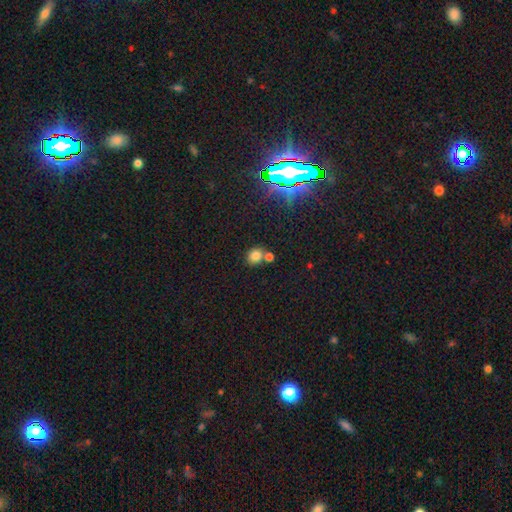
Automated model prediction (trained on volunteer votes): Smooth or featured: smooth — 77% (star or artifact — 16%)
How rounded: round — 70% (in between — 29%)
Merging: none — 57% (merger — 31%)